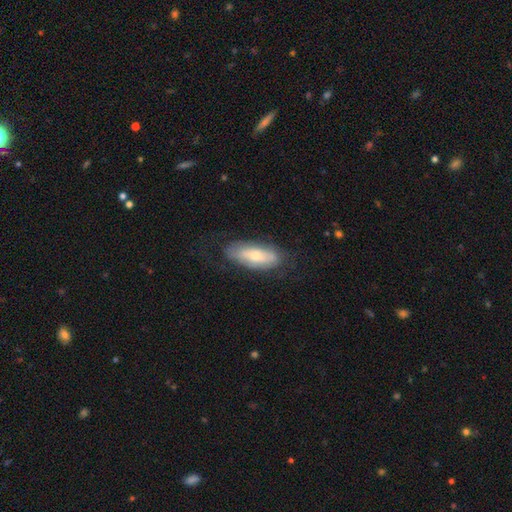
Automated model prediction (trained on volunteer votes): smooth_or_featured: smooth (p=0.53) [alt: featured or disk p=0.41]
how_rounded: in between (p=0.77) [alt: cigar-shaped p=0.20]
merging: none (p=0.72) [alt: minor disturbance p=0.20]